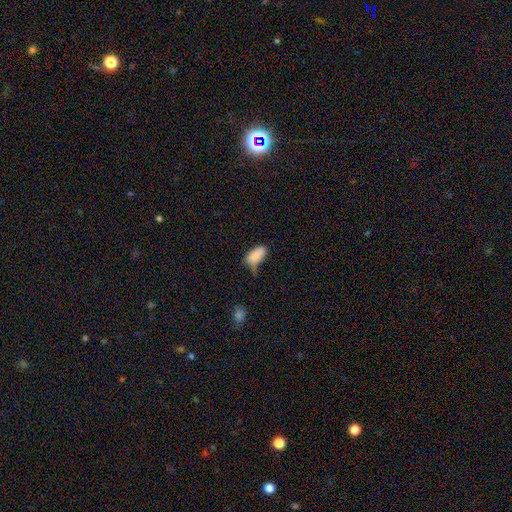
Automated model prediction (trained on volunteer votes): Smooth or featured?
  - smooth: 84% *
  - star or artifact: 8%
  - featured or disk: 8%
How rounded?
  - in between: 93% *
  - cigar-shaped: 4%
  - round: 3%
Merging?
  - none: 39% *
  - minor disturbance: 38%
  - major disturbance: 15%
  - merger: 8%